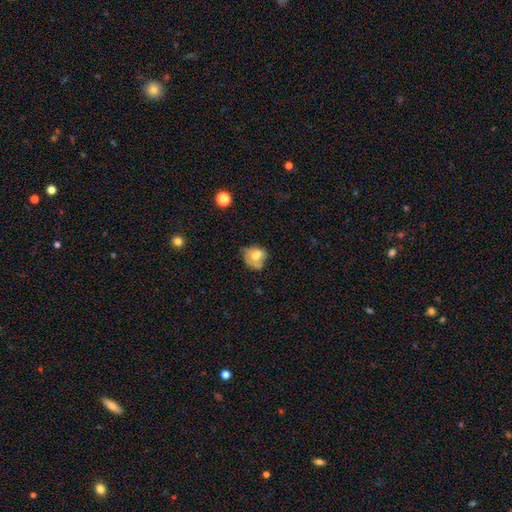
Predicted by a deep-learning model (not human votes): Smooth or featured: smooth — 57% (featured or disk — 33%)
How rounded: round — 59% (in between — 40%)
Merging: none — 38% (minor disturbance — 29%)